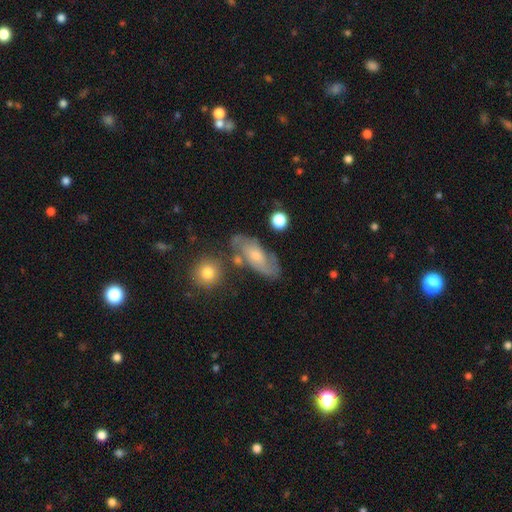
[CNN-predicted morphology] The model was most divided on "bulge size": small: 52%, moderate: 38%, none: 5%, large: 4%, dominant: 1%. More confident: edge-on disk — no (89%); spiral arms — yes (85%); merging — none (65%); smooth or featured — featured or disk (63%); bar — no (60%).